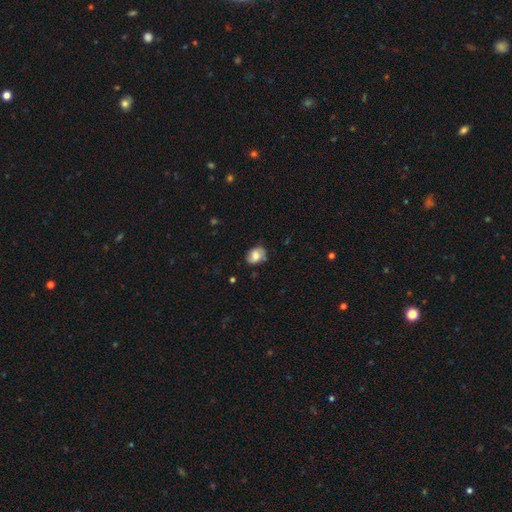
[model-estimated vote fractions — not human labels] This is likely a smooth galaxy (74%). How rounded: likely in between (66%). Merging: likely none (68%).